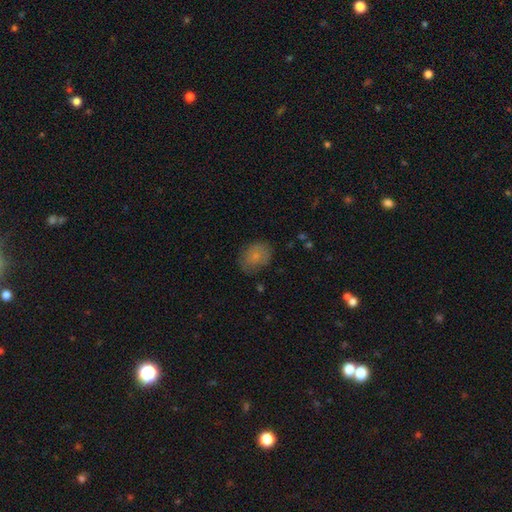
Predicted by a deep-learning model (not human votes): This appears to be a smooth galaxy with no disk features (78%) that is in between round and cigar-shaped (62%). Merging: none (70%).